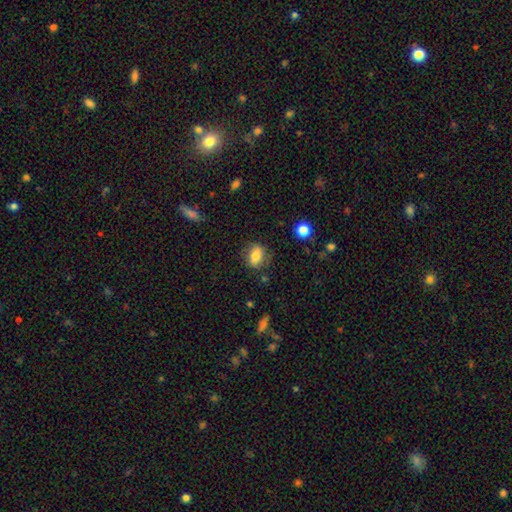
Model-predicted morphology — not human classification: Smooth or featured? smooth (77%)
How rounded? in between (78%)
Merging? none (72%)